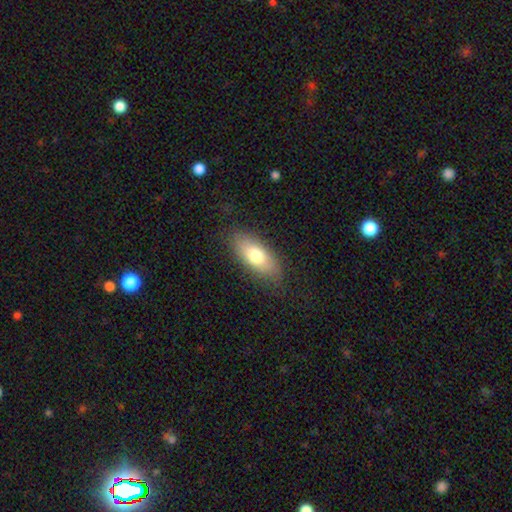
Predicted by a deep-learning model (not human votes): smooth 73%, featured or disk 20%, star or artifact 7%. Down the decision tree: how rounded — in between (83%); merging — none (80%).